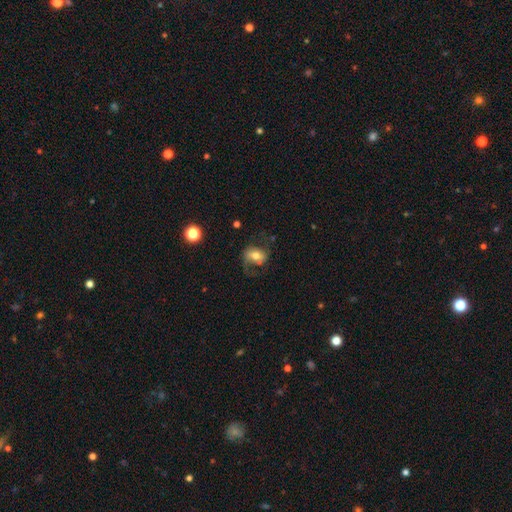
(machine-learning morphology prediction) Smooth or featured: featured or disk — 50% (smooth — 41%)
Edge-on disk: no — 95% (yes — 5%)
Merging: none — 52% (major disturbance — 24%)